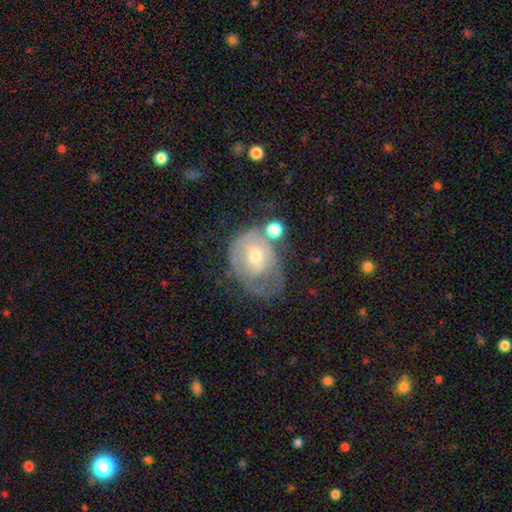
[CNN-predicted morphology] This appears to be a featured or disk galaxy (58%) with no bar (72%), spiral arms (56%) and a moderate central bulge (49%). Merging: major disturbance (31%).